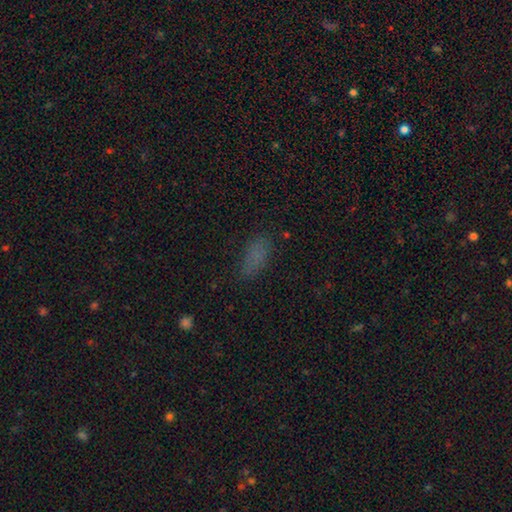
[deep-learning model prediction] This appears to be a smooth galaxy with no disk features (75%) that is in between round and cigar-shaped (80%). Merging: none (71%).